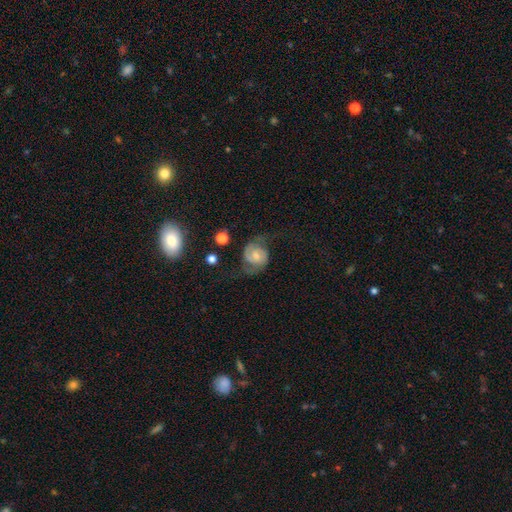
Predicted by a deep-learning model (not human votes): Overall: featured or disk (68%). Edge-on disk: no (97%). Bar: no (60%; weak 33%). Spiral arms: yes (91%). Spiral arm count: 2 (88%). Spiral winding: medium (46%; loose 32%). Bulge size: moderate (47%; small 38%). Merging: none (58%; minor disturbance 22%).